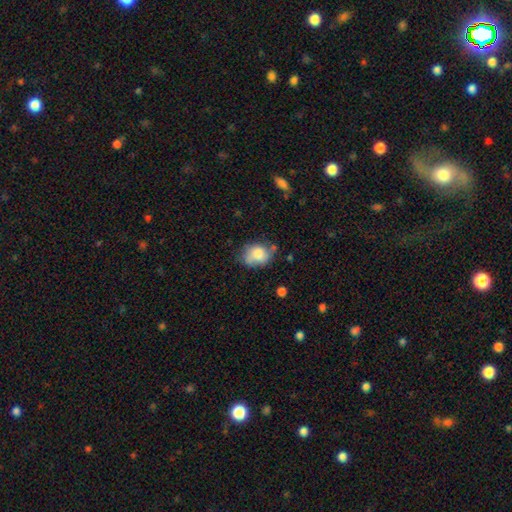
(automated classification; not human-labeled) Smooth or featured?
  - smooth: 75% *
  - featured or disk: 17%
  - star or artifact: 8%
How rounded?
  - in between: 57% *
  - round: 42%
  - cigar-shaped: 1%
Merging?
  - none: 51% *
  - minor disturbance: 30%
  - major disturbance: 10%
  - merger: 8%